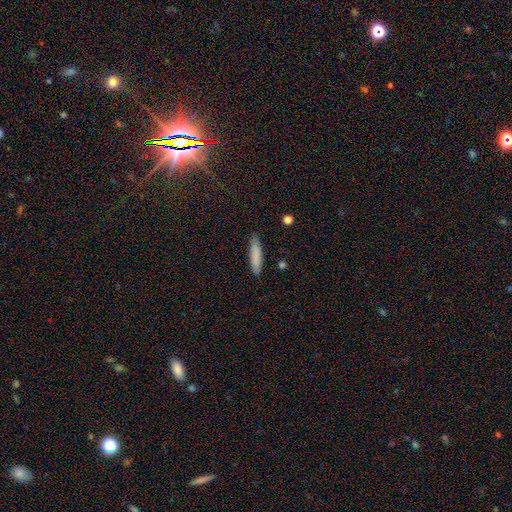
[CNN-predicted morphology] Smooth or featured?
  - smooth: 82% *
  - featured or disk: 11%
  - star or artifact: 7%
How rounded?
  - cigar-shaped: 80% *
  - in between: 19%
  - round: 1%
Merging?
  - none: 81% *
  - minor disturbance: 15%
  - major disturbance: 2%
  - merger: 2%